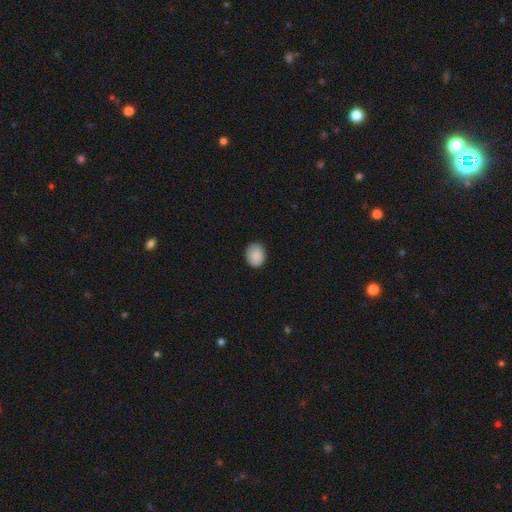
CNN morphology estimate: smooth-or-featured: smooth: 89% | star or artifact: 7% | featured or disk: 4%
  how-rounded: in between: 51% | round: 48% | cigar-shaped: 1%
  merging: none: 85% | minor disturbance: 12% | major disturbance: 2% | merger: 1%